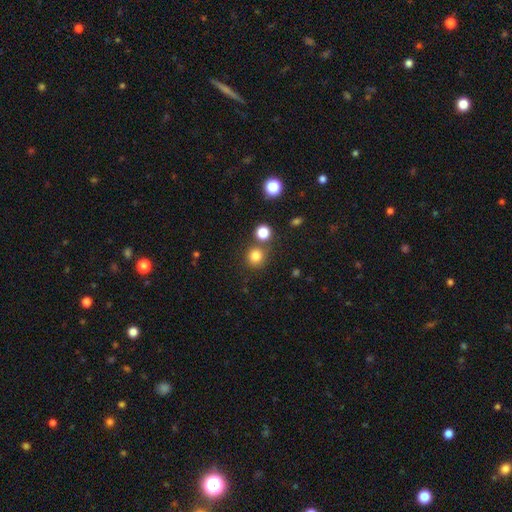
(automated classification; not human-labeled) Smooth or featured? Predicted: smooth (p=0.81). How rounded? Predicted: round (p=0.90). Merging? Predicted: none (p=0.75).